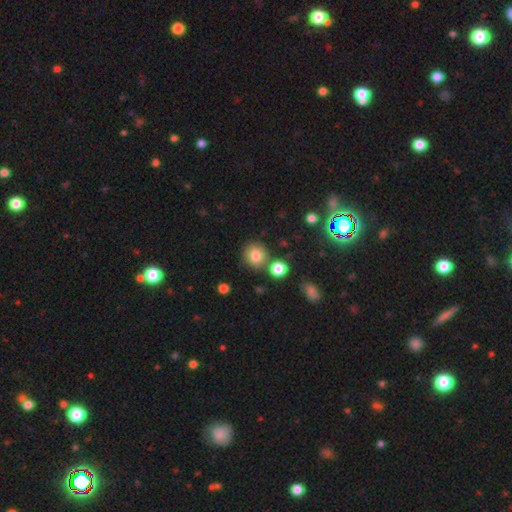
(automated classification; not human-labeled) A smooth galaxy with no disk features (81%) that is round (87%). Merging: none (76%).